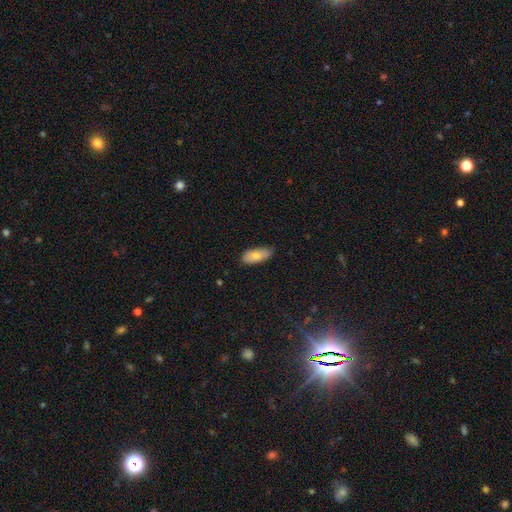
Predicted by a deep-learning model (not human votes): Q: Smooth or featured?
A: smooth (77%); runner-up: featured or disk (16%)
Q: How rounded?
A: in between (86%); runner-up: cigar-shaped (11%)
Q: Merging?
A: none (76%); runner-up: minor disturbance (20%)